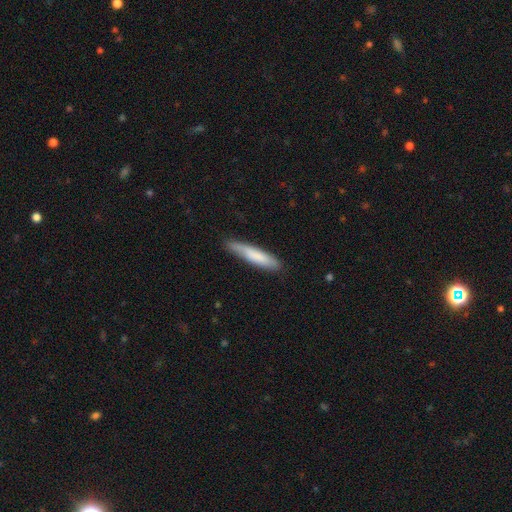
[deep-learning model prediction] Q: Smooth or featured?
A: smooth (75%); runner-up: featured or disk (19%)
Q: How rounded?
A: cigar-shaped (87%); runner-up: in between (12%)
Q: Merging?
A: none (78%); runner-up: minor disturbance (18%)